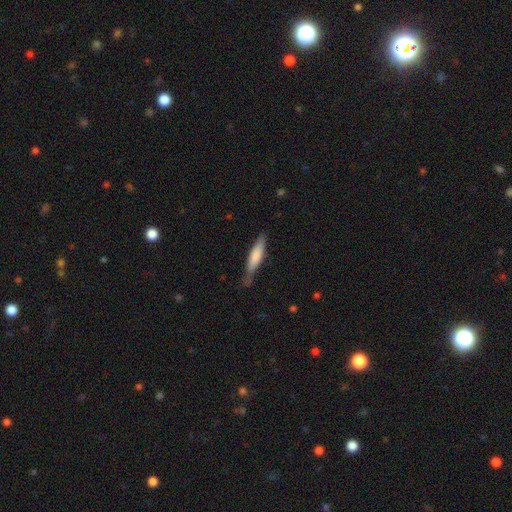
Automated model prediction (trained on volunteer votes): smooth-or-featured: smooth: 73% | featured or disk: 22% | star or artifact: 5%
  how-rounded: cigar-shaped: 75% | in between: 23% | round: 1%
  merging: none: 69% | minor disturbance: 24% | major disturbance: 5% | merger: 2%